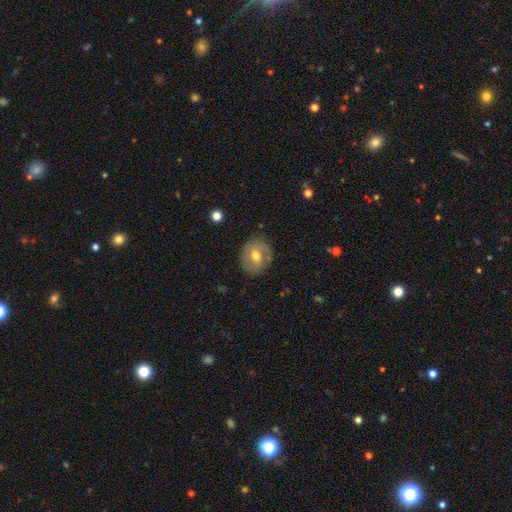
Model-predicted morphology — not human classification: featured or disk 51%, smooth 42%, star or artifact 7%. Down the decision tree: edge-on disk — no (95%); merging — none (78%).